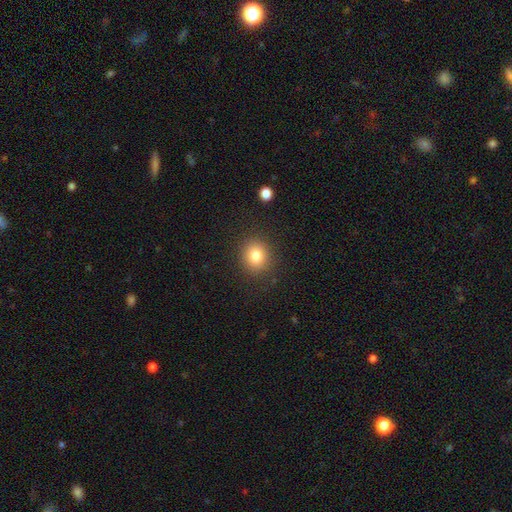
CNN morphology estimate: Smooth or featured? Predicted: smooth (p=0.80). How rounded? Predicted: round (p=0.78). Merging? Predicted: none (p=0.88).